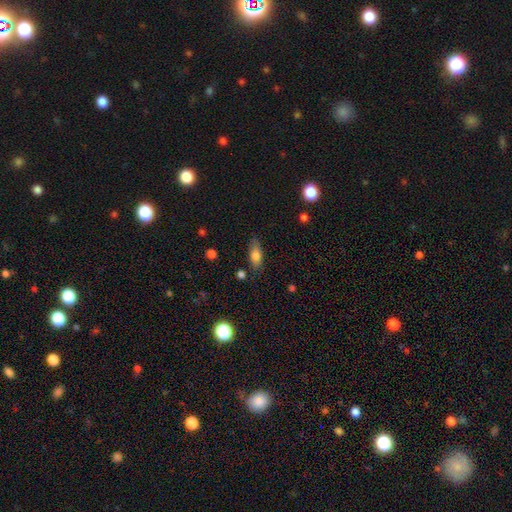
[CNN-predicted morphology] This is likely a smooth galaxy (74%). How rounded: likely in between (76%). Merging: likely none (77%).